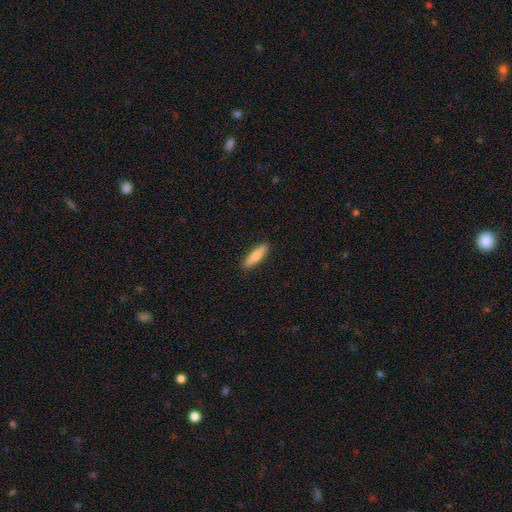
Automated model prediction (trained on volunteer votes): Overall: smooth (75%). How rounded: cigar-shaped (71%). Merging: none (90%).